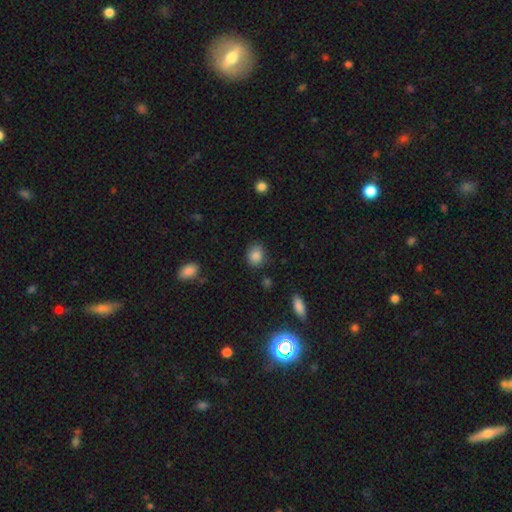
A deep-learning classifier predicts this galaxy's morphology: Overall: smooth (86%). How rounded: round (55%; in between 43%). Merging: none (79%).